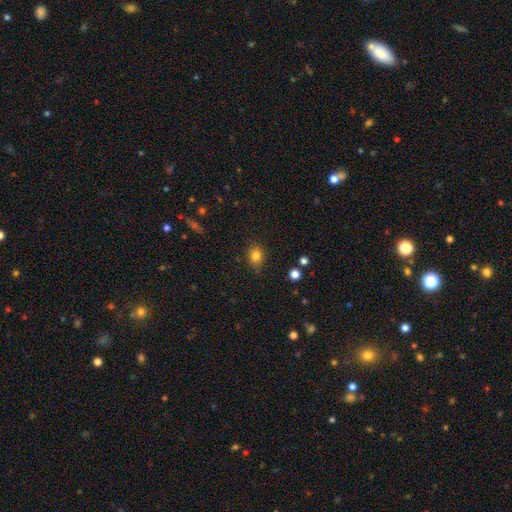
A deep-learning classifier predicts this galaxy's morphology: This is clearly a smooth galaxy (83%). How rounded: possibly round (59%). Merging: clearly none (81%).